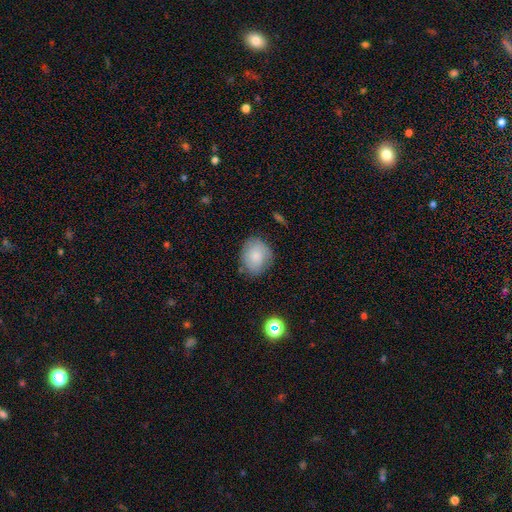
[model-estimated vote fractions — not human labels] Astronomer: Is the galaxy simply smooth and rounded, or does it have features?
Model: smooth — 76%.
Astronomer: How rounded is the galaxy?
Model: round — 57% (runner-up: in between, 42%).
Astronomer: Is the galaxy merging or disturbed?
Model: none — 73%.